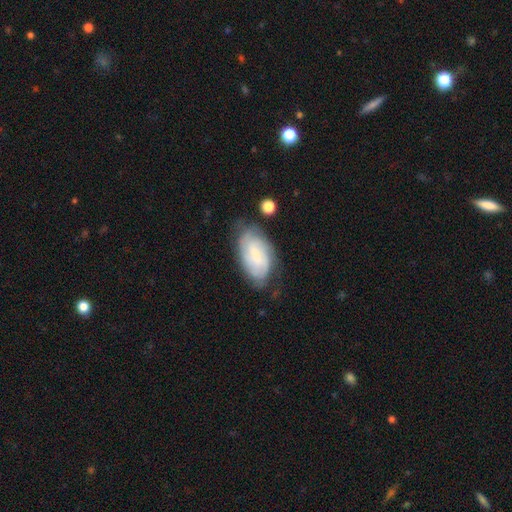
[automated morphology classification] Overall: featured or disk (58%; smooth 35%). Edge-on disk: no (95%). Bar: weak (50%; no 36%). Spiral arms: yes (87%). Bulge size: small (58%; moderate 23%). Merging: none (65%; minor disturbance 25%).